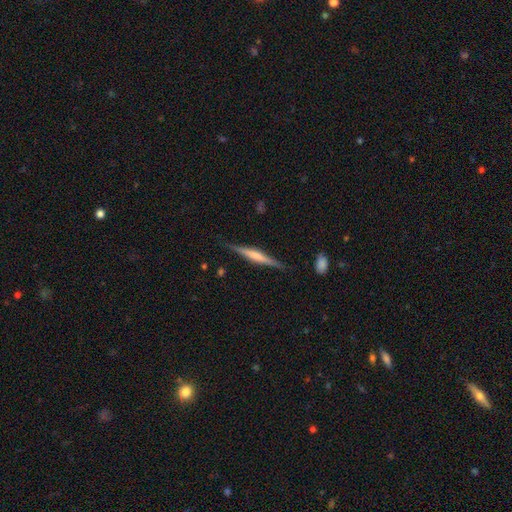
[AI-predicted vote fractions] smooth_or_featured: featured or disk (p=0.57) [alt: smooth p=0.37]
disk_edge_on: yes (p=0.97) [alt: no p=0.03]
edge_on_bulge: rounded (p=0.41) [alt: none p=0.31]
merging: none (p=0.86) [alt: minor disturbance p=0.11]